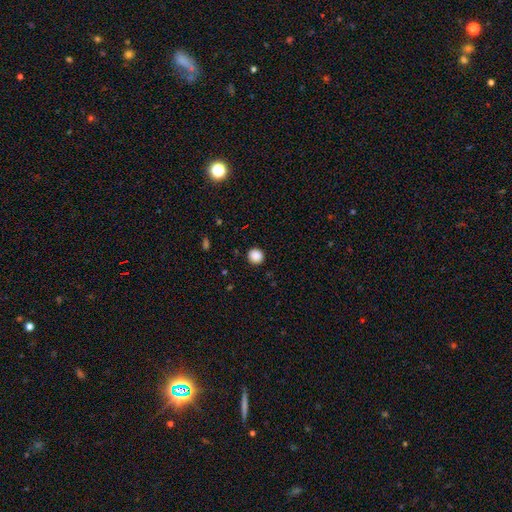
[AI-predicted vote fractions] Morphology: type=smooth (88%); roundness=round (93%); merging=none (92%).